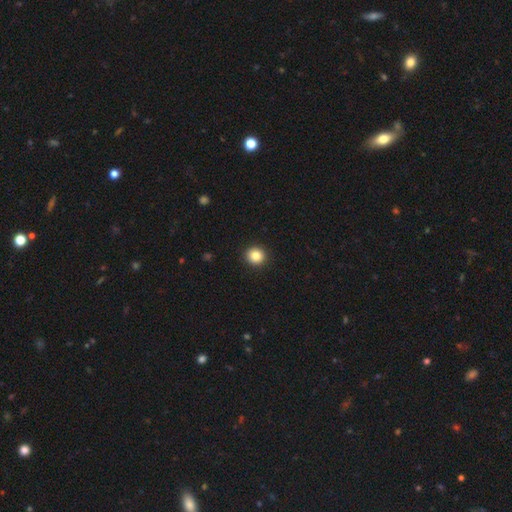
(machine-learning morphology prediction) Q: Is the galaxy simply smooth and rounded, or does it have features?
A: smooth — 84%.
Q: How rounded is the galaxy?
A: round — 93%.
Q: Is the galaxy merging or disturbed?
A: none — 93%.